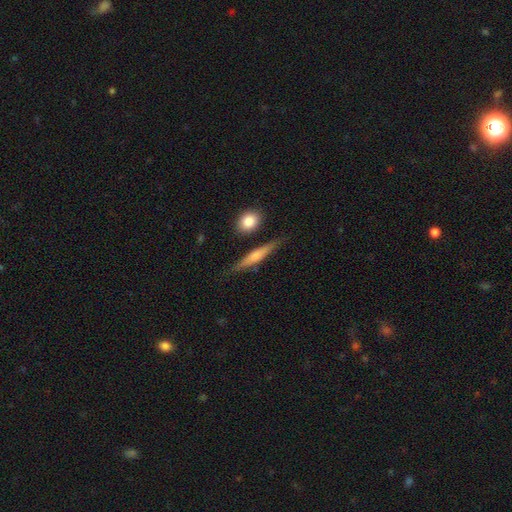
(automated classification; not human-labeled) smooth_or_featured: smooth (p=0.48) [alt: featured or disk p=0.46]
merging: none (p=0.80) [alt: minor disturbance p=0.12]